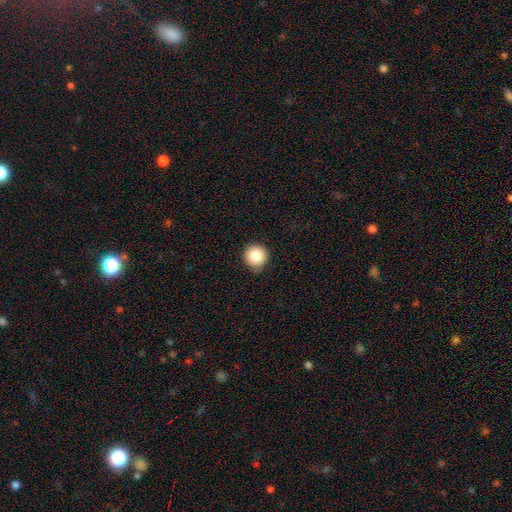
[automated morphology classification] Overall: smooth (85%). How rounded: round (94%). Merging: none (83%).